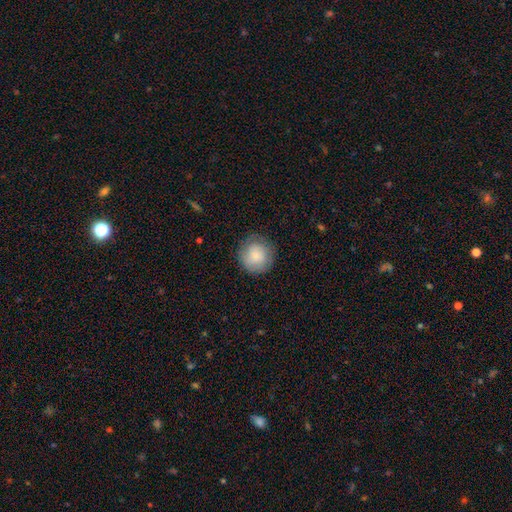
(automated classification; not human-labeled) Overall: smooth (80%). How rounded: round (94%). Merging: none (83%).